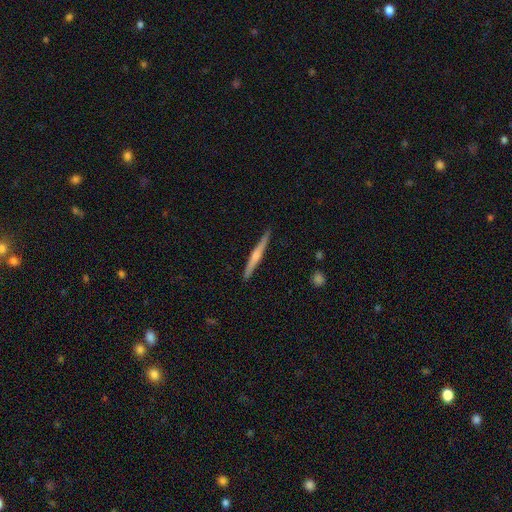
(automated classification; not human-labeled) Smooth or featured: featured or disk — 68% (smooth — 26%)
Edge-on disk: yes — 98% (no — 2%)
Edge-on bulge: rounded — 78% (none — 16%)
Merging: none — 91% (minor disturbance — 7%)